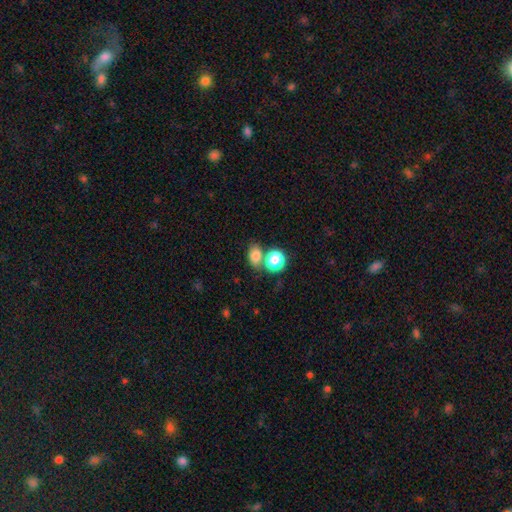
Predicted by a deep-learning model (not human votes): Smooth or featured? Predicted: smooth (p=0.80). How rounded? Predicted: in between (p=0.61). Merging? Predicted: none (p=0.54).